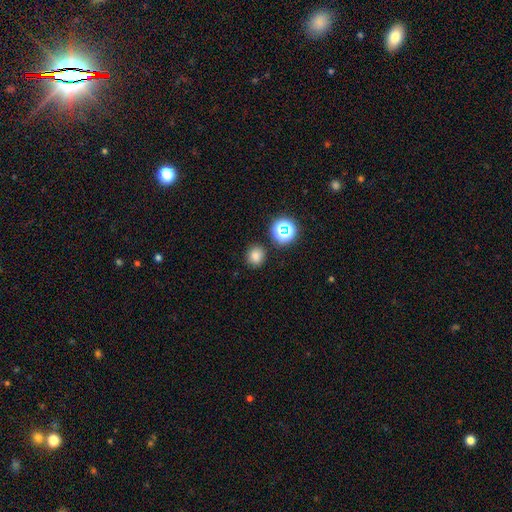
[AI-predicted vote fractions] smooth 77%, star or artifact 18%, featured or disk 5%. Down the decision tree: how rounded — round (84%); merging — none (85%).